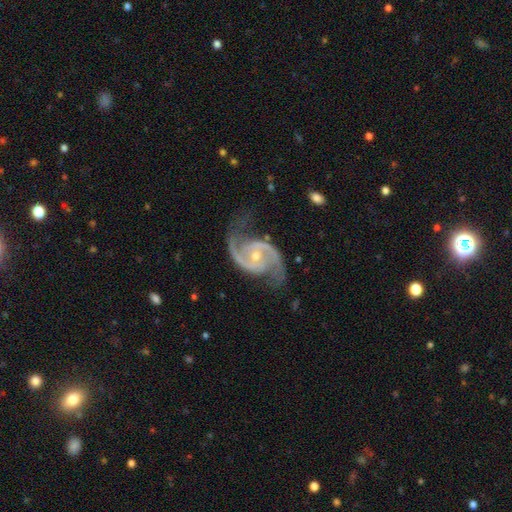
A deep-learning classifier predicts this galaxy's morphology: Overall: featured or disk (93%). Edge-on disk: no (98%). Bar: no (54%; weak 34%). Spiral arms: yes (98%). Spiral arm count: 2 (93%). Spiral winding: medium (59%; loose 26%). Bulge size: small (56%; moderate 41%). Merging: none (72%).